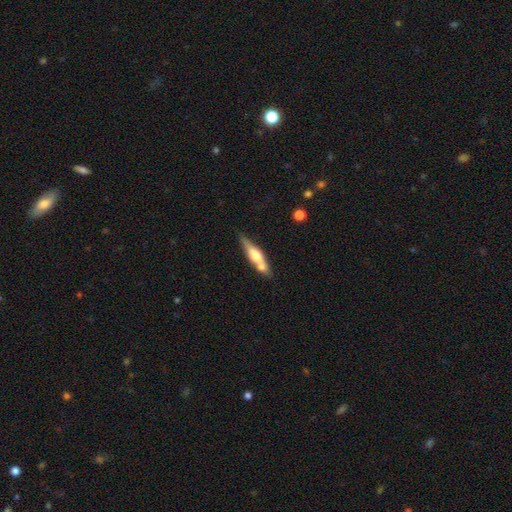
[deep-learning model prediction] smooth_or_featured: featured or disk (p=0.51) [alt: smooth p=0.43]
disk_edge_on: yes (p=0.90) [alt: no p=0.10]
merging: none (p=0.58) [alt: merger p=0.23]